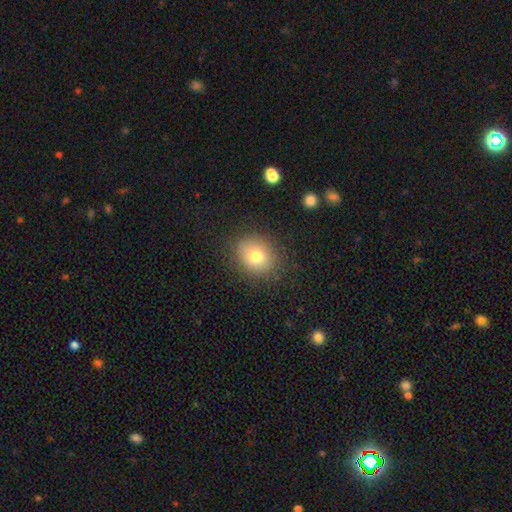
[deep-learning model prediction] Morphology: type=smooth (76%); roundness=round (66%); merging=none (84%).